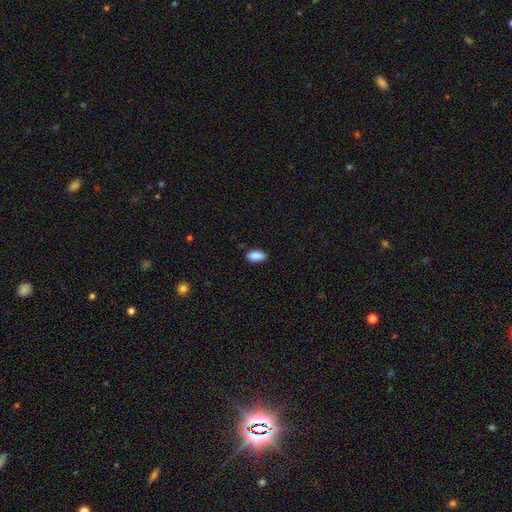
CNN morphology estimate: smooth-or-featured: smooth: 88% | star or artifact: 7% | featured or disk: 5%
  how-rounded: in between: 89% | cigar-shaped: 8% | round: 3%
  merging: none: 83% | minor disturbance: 14% | major disturbance: 2% | merger: 1%